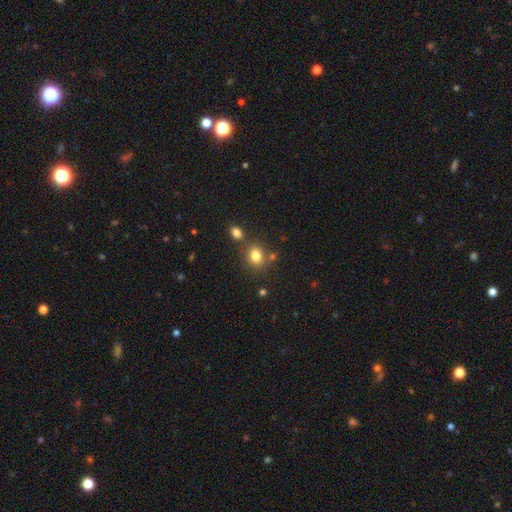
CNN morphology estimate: The model was most divided on "how rounded": round: 53%, in between: 46%, cigar-shaped: 1%. More confident: smooth or featured — smooth (81%); merging — none (69%).